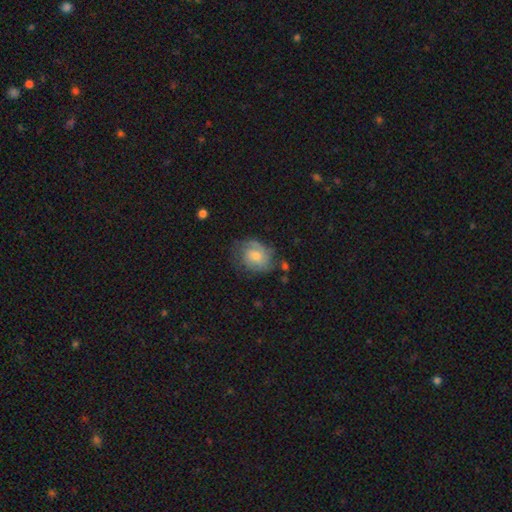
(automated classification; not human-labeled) Smooth or featured? featured or disk (50%)
Edge-on disk? no (97%)
Merging? none (58%)